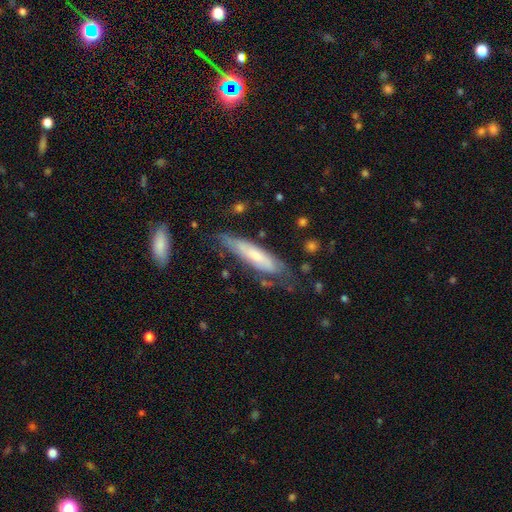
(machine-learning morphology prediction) Smooth or featured?
  - smooth: 51% *
  - featured or disk: 43%
  - star or artifact: 6%
How rounded?
  - cigar-shaped: 71% *
  - in between: 28%
  - round: 1%
Merging?
  - none: 55% *
  - minor disturbance: 28%
  - major disturbance: 13%
  - merger: 4%